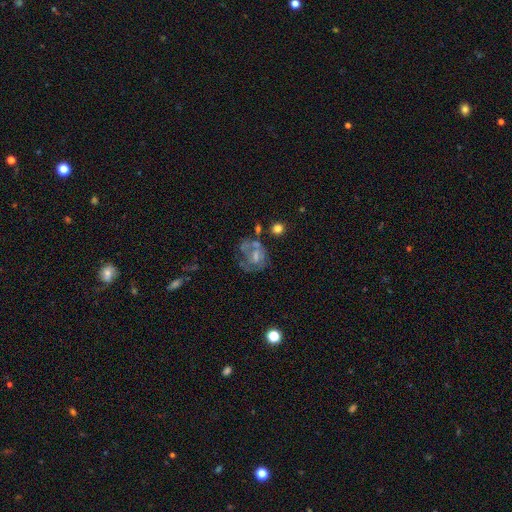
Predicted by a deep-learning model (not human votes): A featured or disk galaxy (62%) with no bar (68%), no spiral arms (55%) and a small central bulge (35%).

Vote fractions:
- Smooth or featured? featured or disk: 62% / smooth: 25% / star or artifact: 14%
- Edge-on disk? no: 97% / yes: 3%
- Bar? no: 68% / weak: 26% / strong: 6%
- Spiral arms? no: 55% / yes: 45%
- Bulge size? small: 35% / moderate: 34% / none: 25% / large: 4% / dominant: 1%
- Merging? none: 40% / major disturbance: 27% / minor disturbance: 20% / merger: 13%